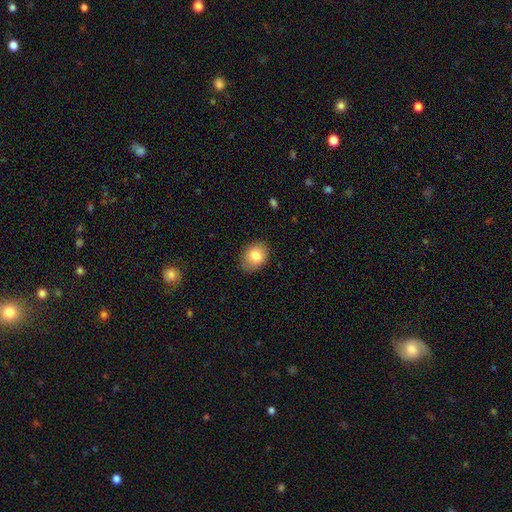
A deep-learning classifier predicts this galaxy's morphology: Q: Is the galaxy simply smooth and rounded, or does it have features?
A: smooth — 80%.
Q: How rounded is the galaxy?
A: in between — 68%.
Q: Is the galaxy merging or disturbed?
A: none — 85%.